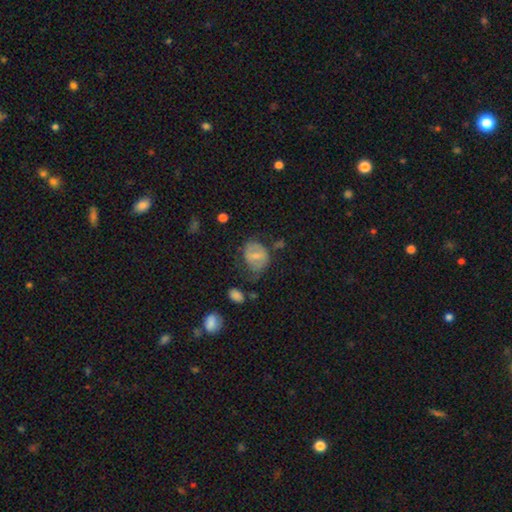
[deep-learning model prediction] Q: Smooth or featured?
A: smooth (52%); runner-up: featured or disk (40%)
Q: How rounded?
A: in between (52%); runner-up: round (47%)
Q: Merging?
A: none (45%); runner-up: minor disturbance (28%)